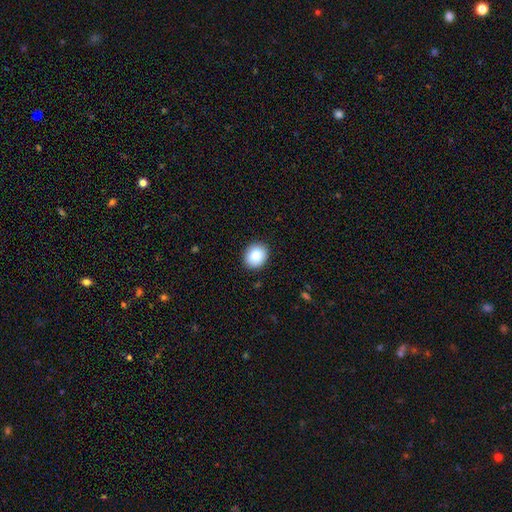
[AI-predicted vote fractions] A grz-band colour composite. It shows a smooth galaxy with no disk features (86%) that is round (67%). Merging: none (90%).